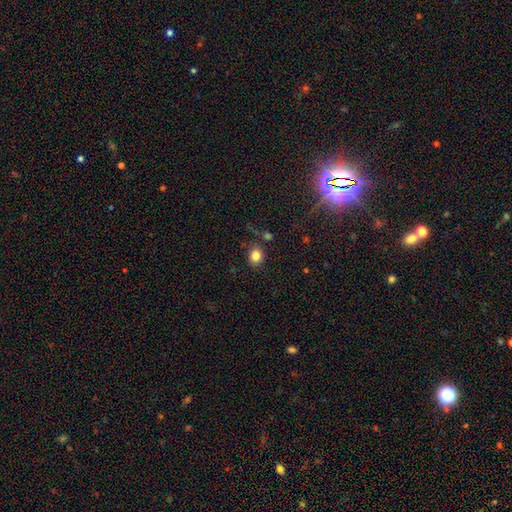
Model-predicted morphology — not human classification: A smooth galaxy with no disk features (83%) that is round (68%). Merging: none (81%).